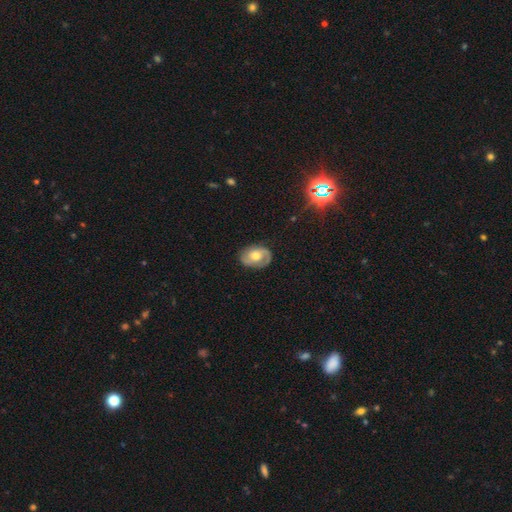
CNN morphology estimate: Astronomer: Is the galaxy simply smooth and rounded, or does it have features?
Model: featured or disk — 63%.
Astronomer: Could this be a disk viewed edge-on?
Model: no — 96%.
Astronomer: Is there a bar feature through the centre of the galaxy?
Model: no — 68%.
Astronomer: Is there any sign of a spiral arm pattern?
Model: yes — 81%.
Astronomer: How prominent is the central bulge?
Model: moderate — 72%.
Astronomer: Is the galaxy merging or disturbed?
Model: none — 77%.